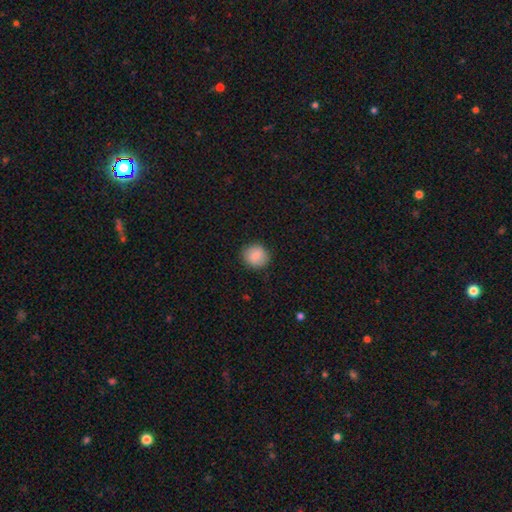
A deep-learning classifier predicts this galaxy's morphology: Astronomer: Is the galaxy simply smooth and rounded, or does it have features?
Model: smooth — 86%.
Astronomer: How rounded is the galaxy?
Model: round — 87%.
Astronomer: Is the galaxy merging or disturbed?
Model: none — 88%.